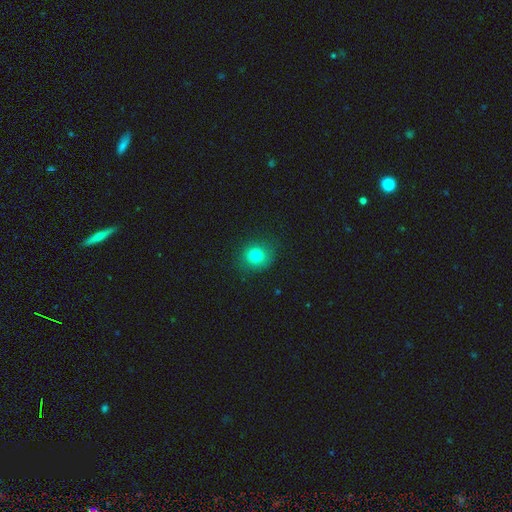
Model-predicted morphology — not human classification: Smooth or featured?
  - smooth: 78% *
  - star or artifact: 14%
  - featured or disk: 8%
How rounded?
  - round: 80% *
  - in between: 19%
  - cigar-shaped: 1%
Merging?
  - none: 83% *
  - minor disturbance: 12%
  - major disturbance: 4%
  - merger: 1%